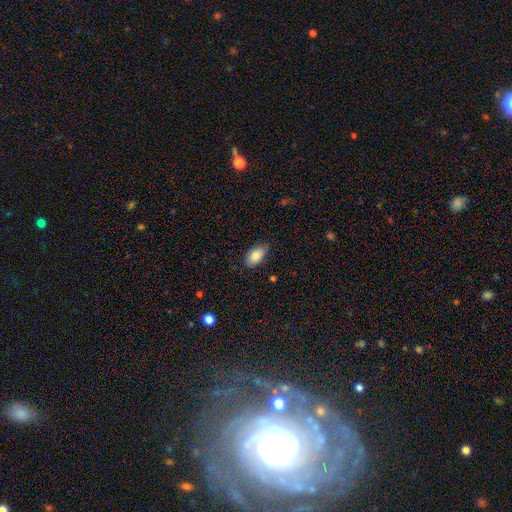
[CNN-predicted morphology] The model was most divided on "merging": none: 79%, minor disturbance: 17%, major disturbance: 3%, merger: 1%. More confident: how rounded — in between (94%); smooth or featured — smooth (84%).